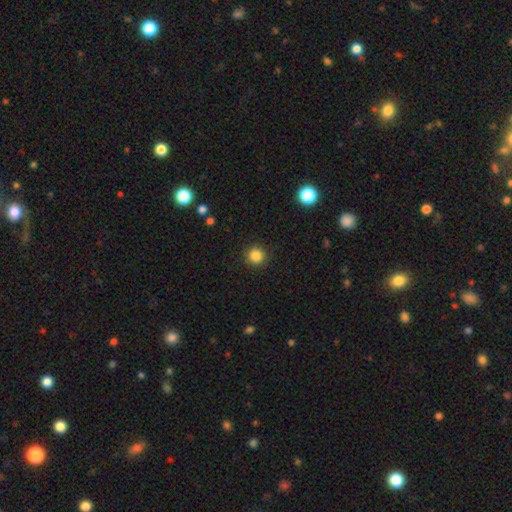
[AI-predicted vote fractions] Smooth or featured: smooth — 86% (star or artifact — 11%)
How rounded: round — 94% (in between — 6%)
Merging: none — 91% (minor disturbance — 6%)